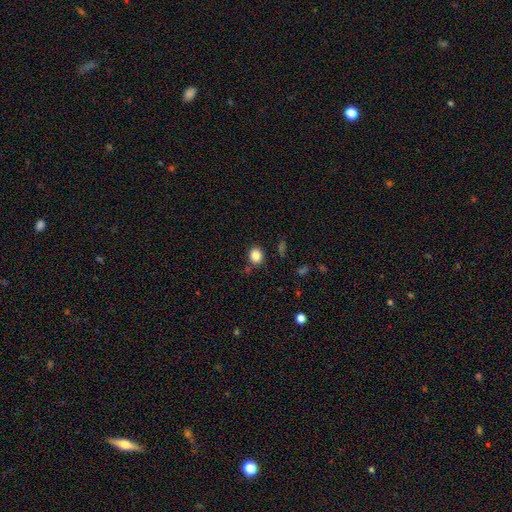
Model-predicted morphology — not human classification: A smooth galaxy with no disk features (85%) that is round (70%). Merging: none (83%).